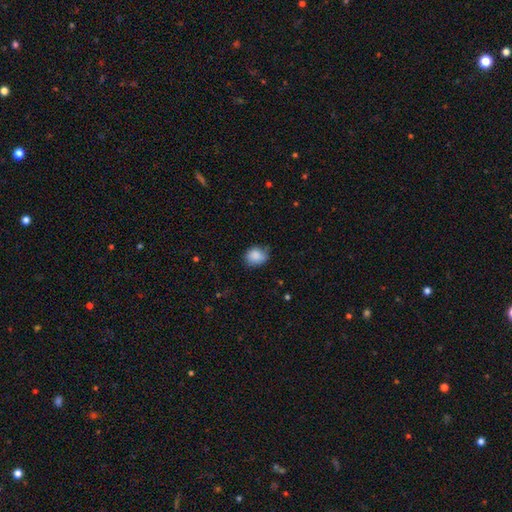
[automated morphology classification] smooth-or-featured: smooth: 86% | star or artifact: 8% | featured or disk: 6%
  how-rounded: round: 60% | in between: 39% | cigar-shaped: 1%
  merging: none: 64% | minor disturbance: 29% | major disturbance: 5% | merger: 2%